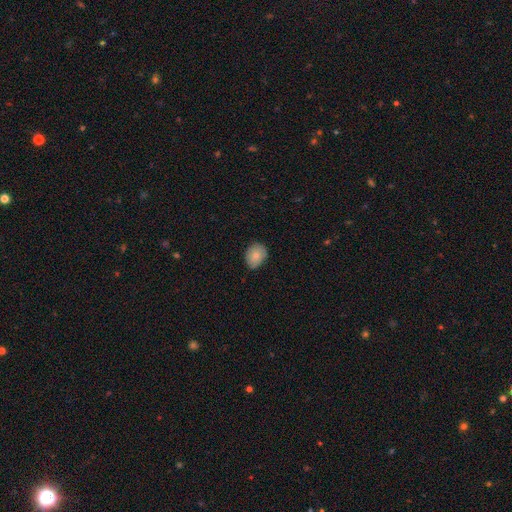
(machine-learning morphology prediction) smooth 83%, featured or disk 10%, star or artifact 7%. Down the decision tree: how rounded — in between (56%); merging — none (70%).